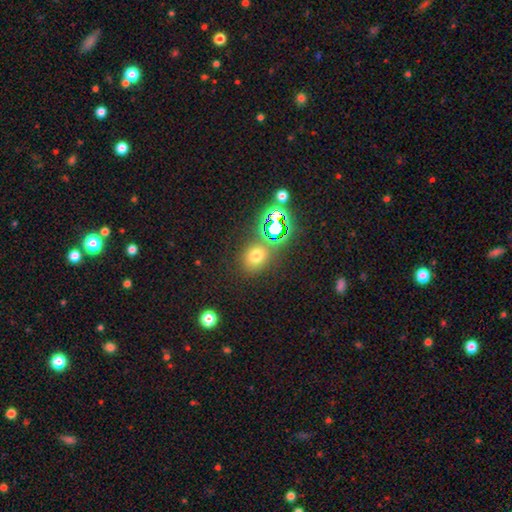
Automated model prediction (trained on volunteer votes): Overall: smooth (63%; star or artifact 29%). How rounded: round (60%; in between 39%). Merging: none (75%).